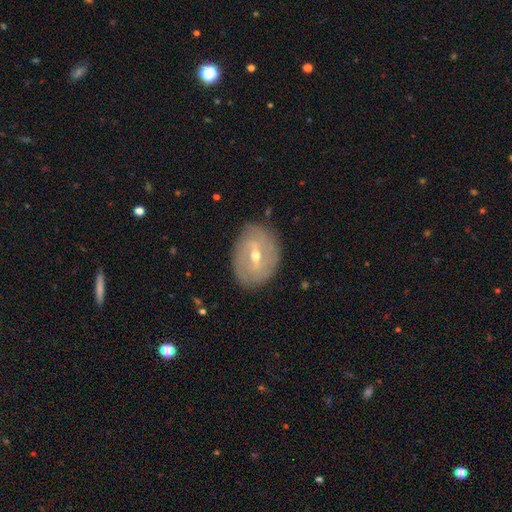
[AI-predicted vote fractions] Smooth or featured? featured or disk (72%)
Edge-on disk? no (93%)
Bar? weak (50%)
Spiral arms? yes (68%)
Bulge size? moderate (57%)
Merging? none (80%)